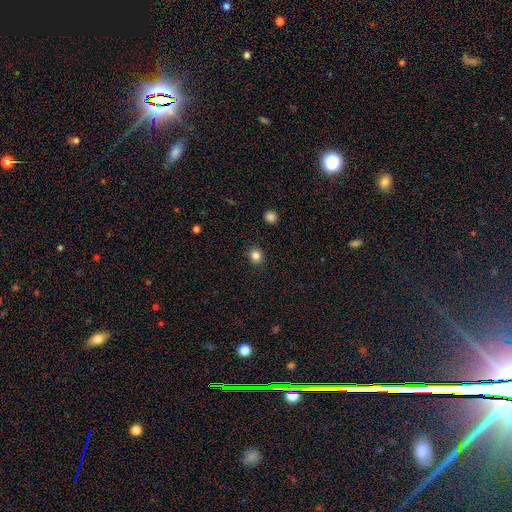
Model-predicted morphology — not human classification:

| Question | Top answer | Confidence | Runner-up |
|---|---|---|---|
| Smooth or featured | smooth | 84% | star or artifact (12%) |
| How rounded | round | 91% | in between (8%) |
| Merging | none | 91% | minor disturbance (6%) |